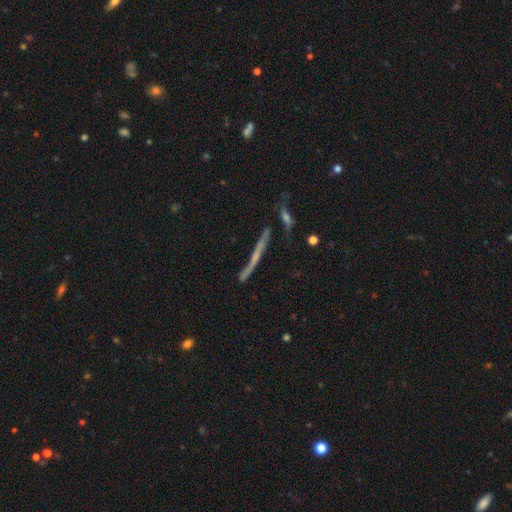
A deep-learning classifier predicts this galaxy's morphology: This appears to be a featured or disk galaxy (58%) viewed edge-on (86%). Merging: none (61%).